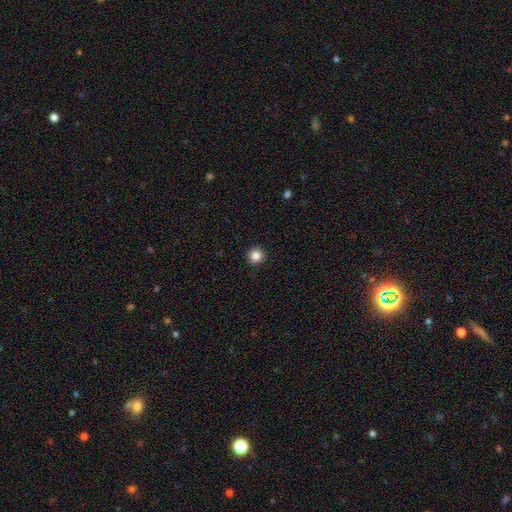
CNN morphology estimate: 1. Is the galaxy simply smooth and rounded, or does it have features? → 87% smooth, 10% star or artifact, 3% featured or disk.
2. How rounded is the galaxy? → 95% round, 4% in between, 1% cigar-shaped.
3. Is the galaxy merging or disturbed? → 93% none, 5% minor disturbance, 2% major disturbance, 1% merger.